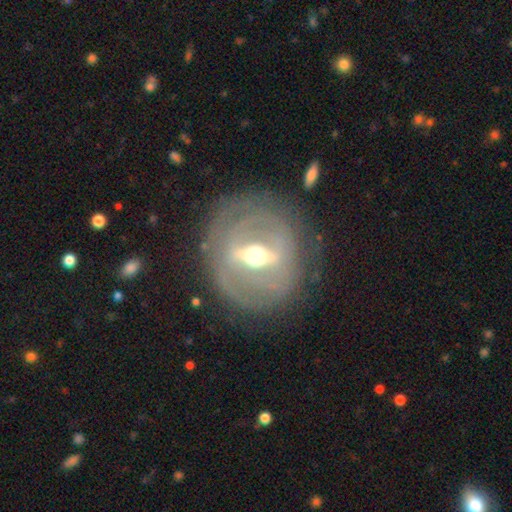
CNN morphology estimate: A featured or disk galaxy (84%) with a strong bar (74%), spiral arms (56%) and a moderate central bulge (72%). Merging: none (79%).